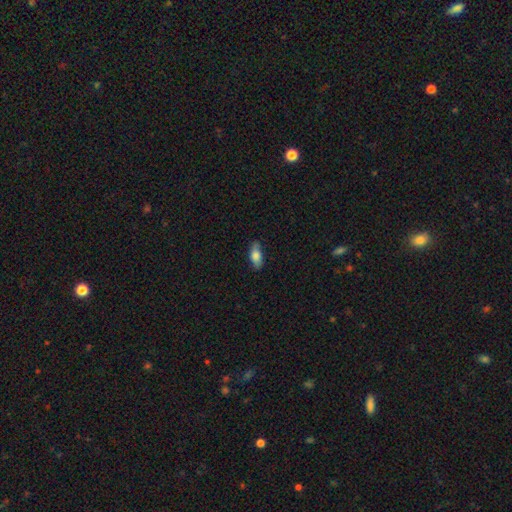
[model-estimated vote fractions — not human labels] smooth-or-featured: smooth: 74% | featured or disk: 19% | star or artifact: 7%
  how-rounded: in between: 83% | cigar-shaped: 14% | round: 3%
  merging: none: 77% | minor disturbance: 19% | major disturbance: 3% | merger: 1%